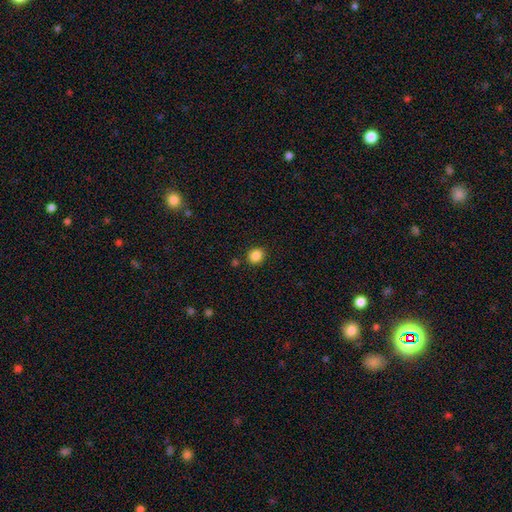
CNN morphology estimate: This appears to be a smooth galaxy with no disk features (86%) that is round (76%). Merging: none (87%).